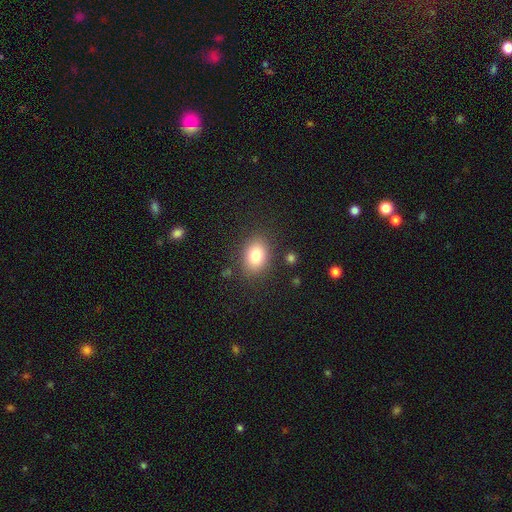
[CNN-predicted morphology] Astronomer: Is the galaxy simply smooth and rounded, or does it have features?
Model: smooth — 80%.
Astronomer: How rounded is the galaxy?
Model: in between — 71%.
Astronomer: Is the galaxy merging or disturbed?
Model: none — 84%.